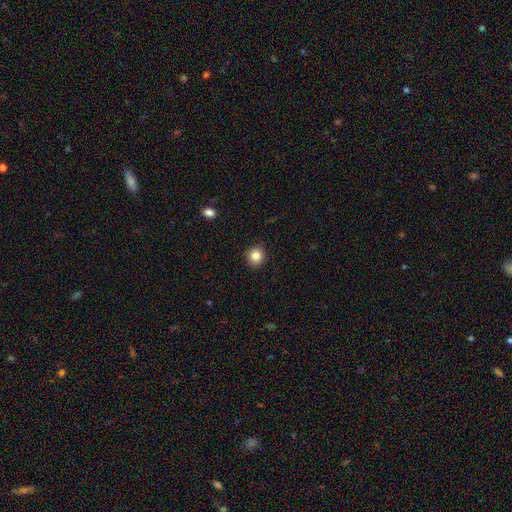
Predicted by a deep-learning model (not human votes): This is clearly a smooth galaxy (84%). How rounded: clearly round (91%). Merging: clearly none (91%).